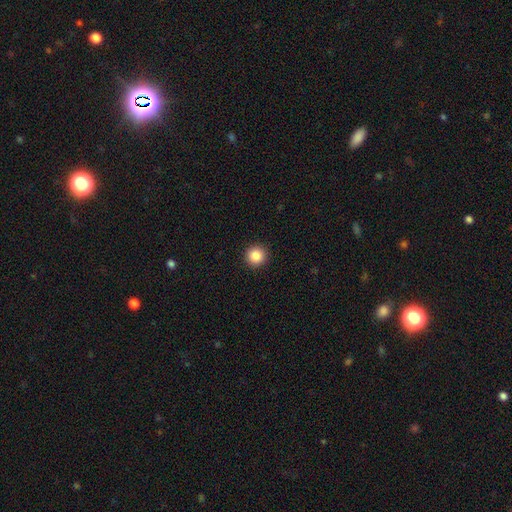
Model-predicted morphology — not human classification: smooth 88%, star or artifact 9%, featured or disk 3%. Down the decision tree: how rounded — round (95%); merging — none (93%).